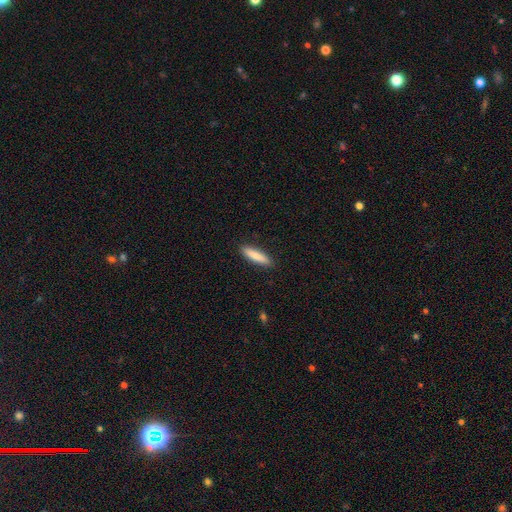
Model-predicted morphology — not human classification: Smooth or featured? Predicted: smooth (p=0.84). How rounded? Predicted: cigar-shaped (p=0.75). Merging? Predicted: none (p=0.90).